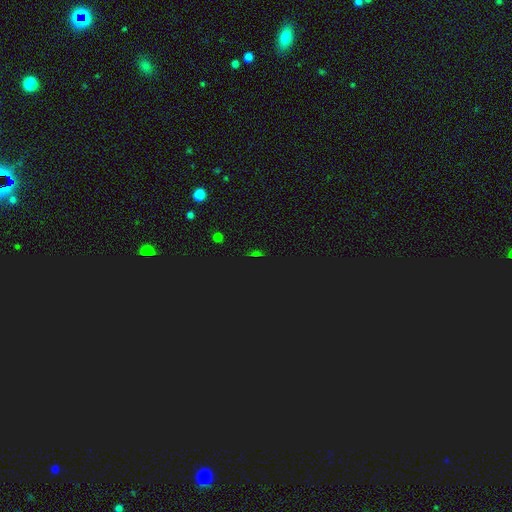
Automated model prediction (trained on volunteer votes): Smooth or featured? Predicted: star or artifact (p=0.64).